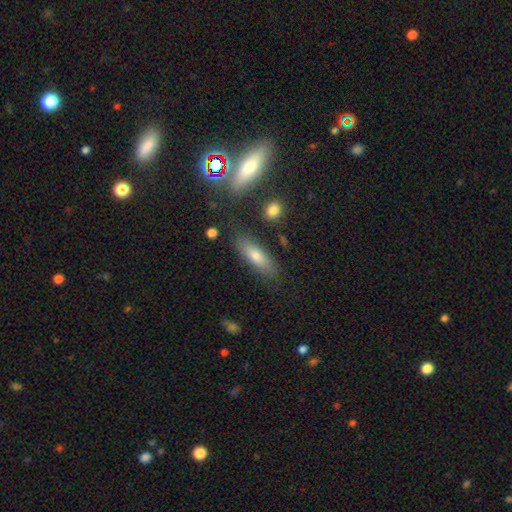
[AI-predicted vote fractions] This is likely a smooth galaxy (70%). How rounded: possibly in between (57%). Merging: likely none (80%).